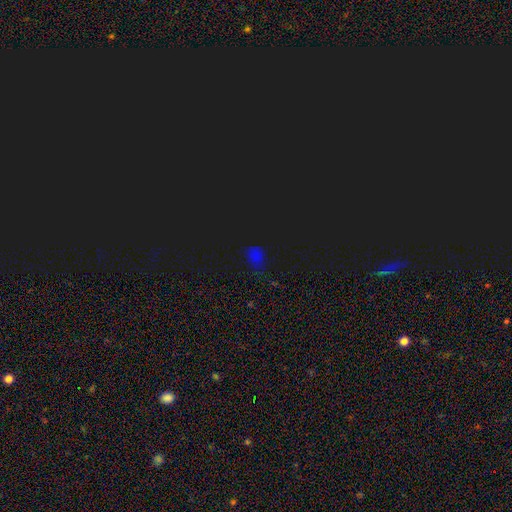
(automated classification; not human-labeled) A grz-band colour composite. It shows a star or artifact, not a galaxy (59%).